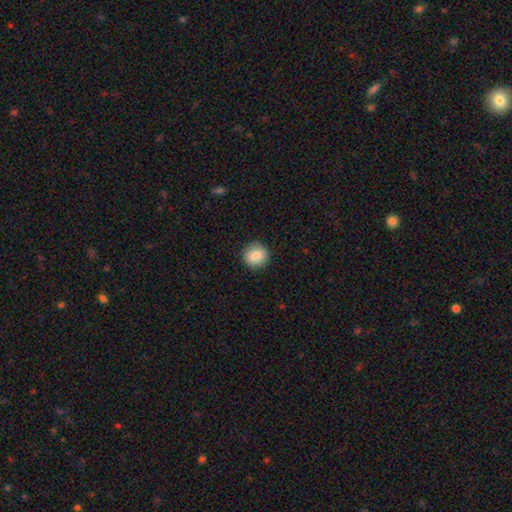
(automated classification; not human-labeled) smooth_or_featured: smooth (p=0.85) [alt: star or artifact p=0.08]
how_rounded: round (p=0.92) [alt: in between p=0.07]
merging: none (p=0.90) [alt: minor disturbance p=0.07]